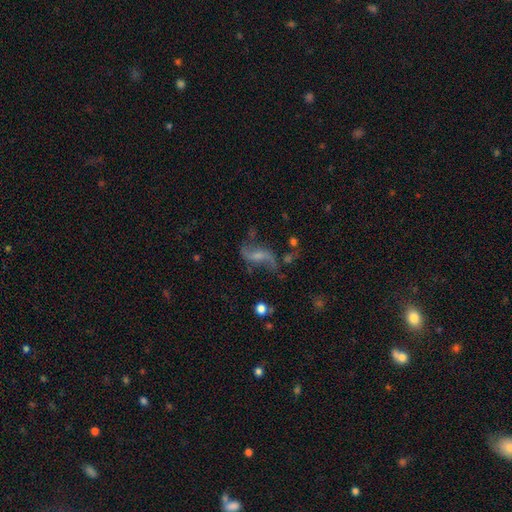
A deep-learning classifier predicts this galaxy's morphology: featured or disk 76%, smooth 13%, star or artifact 11%. Down the decision tree: edge-on disk — no (93%); bar — weak (41%); spiral arms — yes (89%); spiral arm count — 2 (88%); spiral winding — loose (86%); bulge size — small (46%); merging — none (57%).